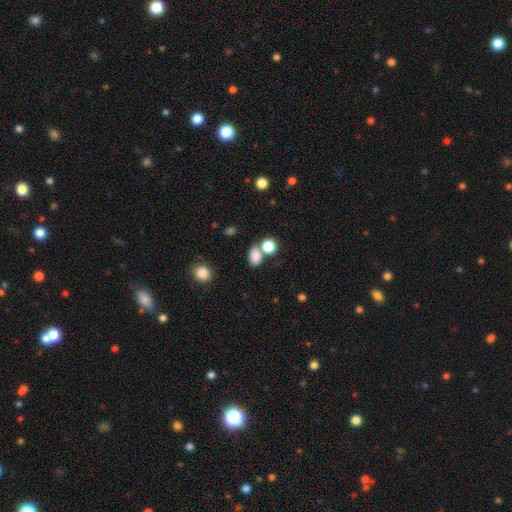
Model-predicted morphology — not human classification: type=smooth (83%); roundness=in between (72%); merging=none (54%).